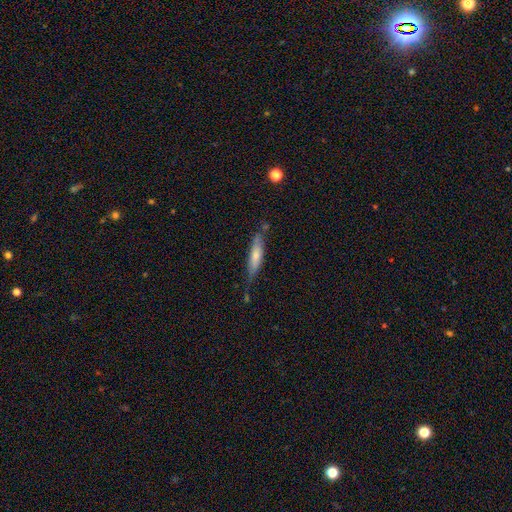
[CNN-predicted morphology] Q: Smooth or featured?
A: smooth (63%); runner-up: featured or disk (31%)
Q: How rounded?
A: cigar-shaped (80%); runner-up: in between (19%)
Q: Merging?
A: none (65%); runner-up: minor disturbance (24%)